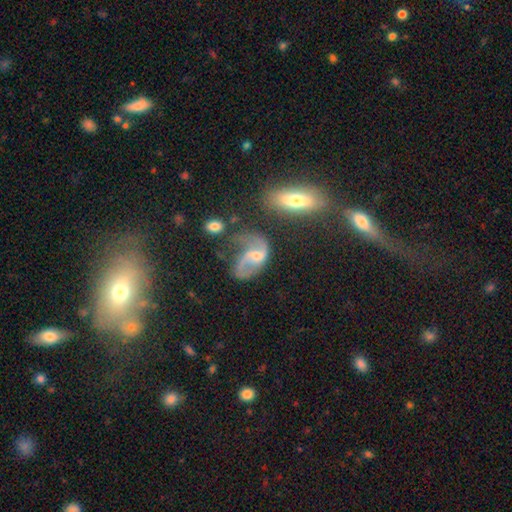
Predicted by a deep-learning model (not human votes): Smooth or featured: featured or disk — 80% (smooth — 12%)
Edge-on disk: no — 97% (yes — 3%)
Bar: no — 50% (weak — 39%)
Spiral arms: yes — 92% (no — 8%)
Spiral winding: loose — 61% (medium — 32%)
Spiral arm count: 2 — 84% (1 — 9%)
Bulge size: small — 51% (moderate — 39%)
Merging: none — 41% (major disturbance — 26%)